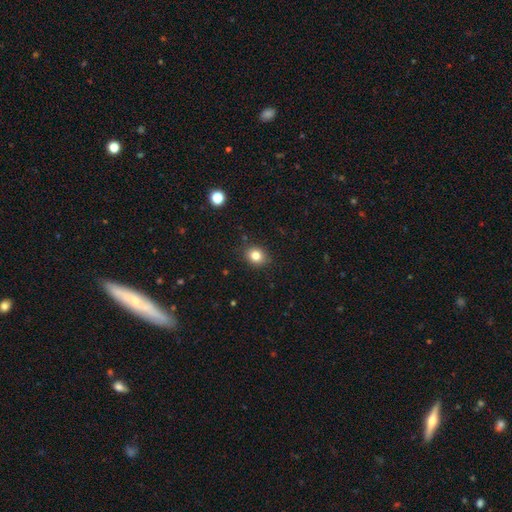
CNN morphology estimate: Q: Smooth or featured?
A: smooth (82%); runner-up: star or artifact (11%)
Q: How rounded?
A: round (62%); runner-up: in between (38%)
Q: Merging?
A: none (86%); runner-up: minor disturbance (10%)